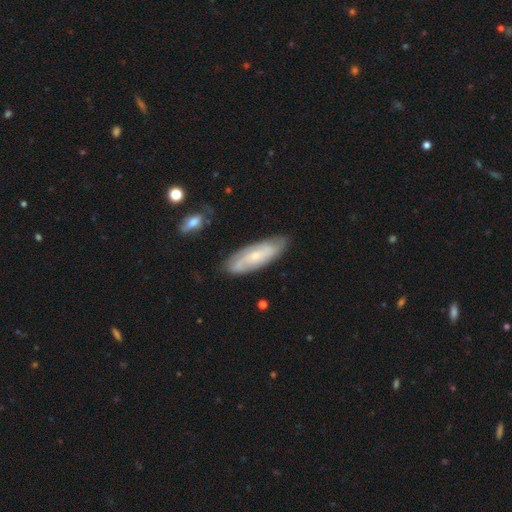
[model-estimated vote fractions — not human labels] This appears to be a featured or disk galaxy (62%) with no bar (66%), spiral arms (85%) and a small central bulge (70%). Merging: none (80%).